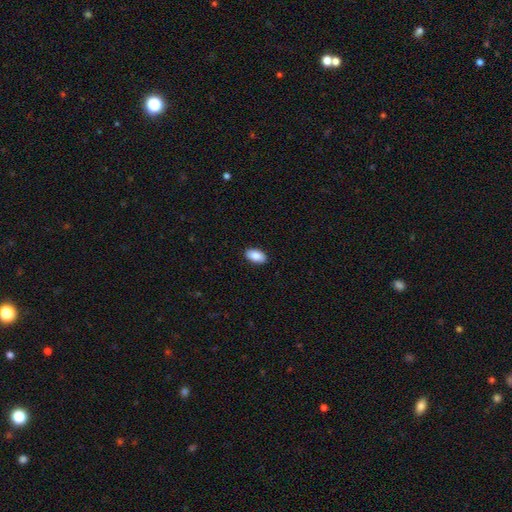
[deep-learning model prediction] A smooth galaxy with no disk features (89%) that is in between round and cigar-shaped (95%).

Vote fractions:
- Smooth or featured? smooth: 89% / star or artifact: 7% / featured or disk: 5%
- How rounded? in between: 95% / round: 3% / cigar-shaped: 2%
- Merging? none: 90% / minor disturbance: 7% / major disturbance: 2% / merger: 1%